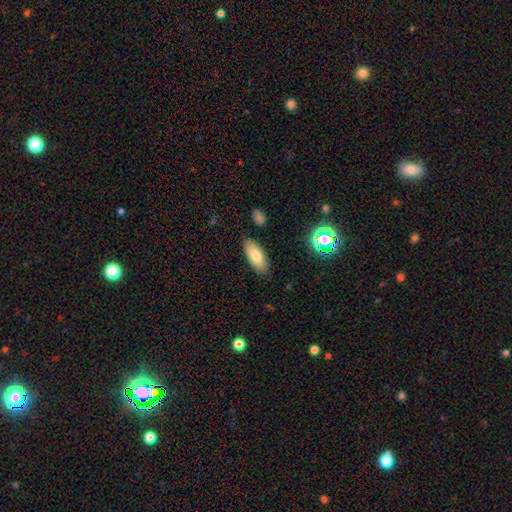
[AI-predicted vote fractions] Smooth or featured? smooth (76%)
How rounded? in between (85%)
Merging? none (86%)